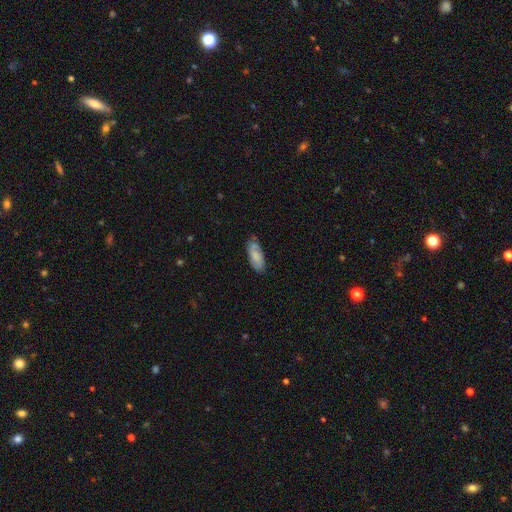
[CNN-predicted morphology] Smooth or featured: smooth — 70% (featured or disk — 23%)
How rounded: in between — 79% (cigar-shaped — 19%)
Merging: none — 69% (minor disturbance — 23%)